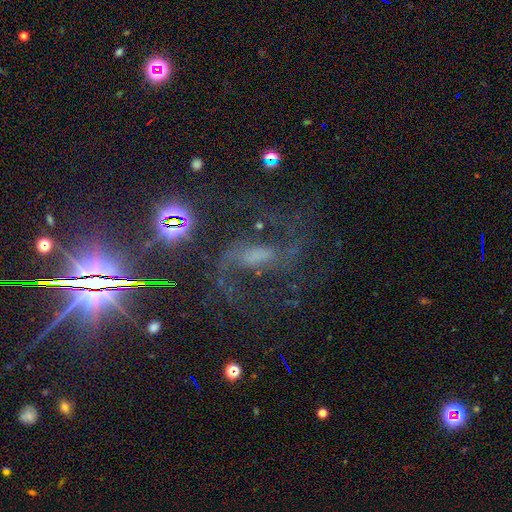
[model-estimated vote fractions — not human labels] Smooth or featured? featured or disk (75%)
Edge-on disk? no (96%)
Bar? weak (44%)
Spiral arms? yes (94%)
Spiral winding? medium (46%)
Spiral arm count? 2 (81%)
Bulge size? none (37%)
Merging? none (60%)